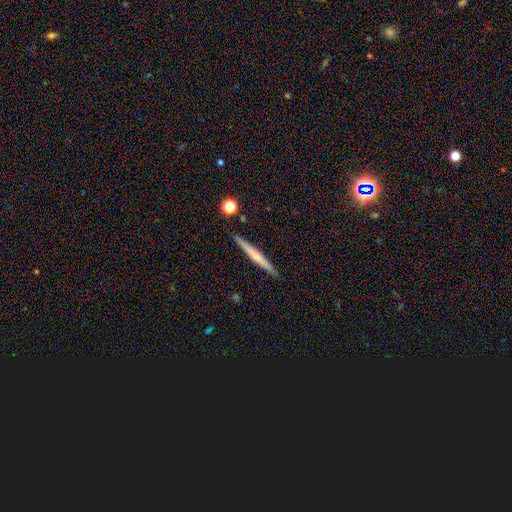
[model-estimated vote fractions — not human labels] A featured or disk galaxy (49%).

Vote fractions:
- Smooth or featured? featured or disk: 49% / smooth: 45% / star or artifact: 7%
- Merging? none: 90% / minor disturbance: 7% / merger: 2% / major disturbance: 1%